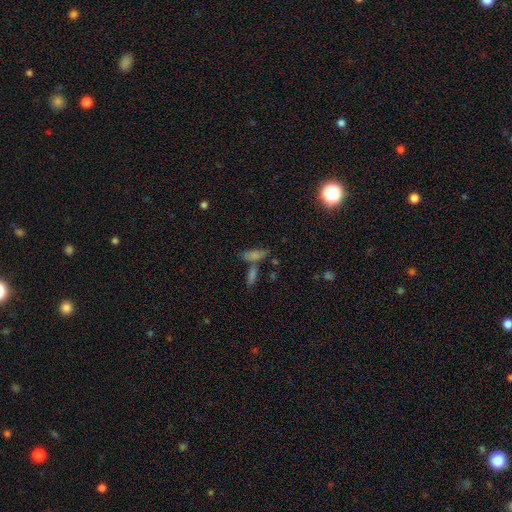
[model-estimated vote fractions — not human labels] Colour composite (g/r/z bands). It shows a smooth galaxy with no disk features (65%) that is in between round and cigar-shaped (50%). Merging: none (49%).